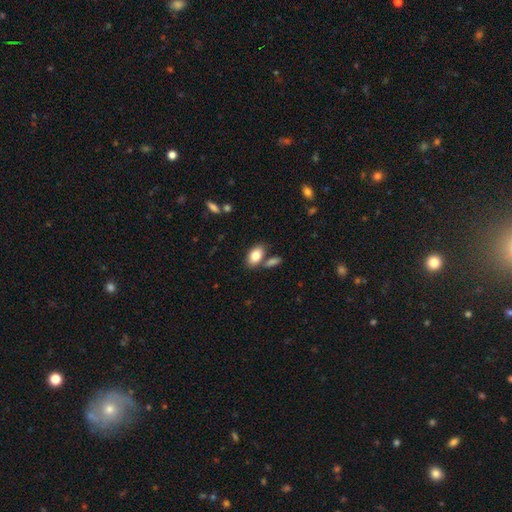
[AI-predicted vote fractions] This is clearly a smooth galaxy (82%). How rounded: clearly in between (90%). Merging: likely none (69%).